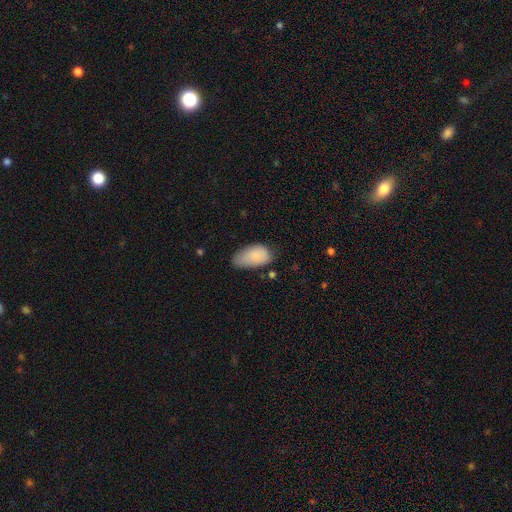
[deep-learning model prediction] This appears to be a smooth galaxy with no disk features (84%) that is in between round and cigar-shaped (94%). Merging: none (44%).